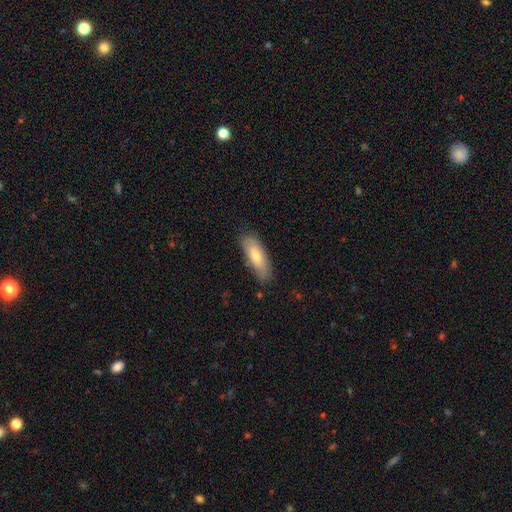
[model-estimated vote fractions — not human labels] Morphology: type=smooth (69%); roundness=in between (56%); merging=none (77%).